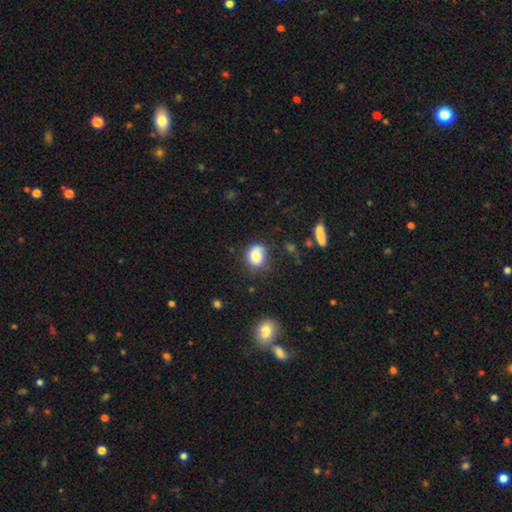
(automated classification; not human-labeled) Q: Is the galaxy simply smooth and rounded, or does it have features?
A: smooth — 77%.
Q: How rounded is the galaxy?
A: round — 62%.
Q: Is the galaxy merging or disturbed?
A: none — 62%.